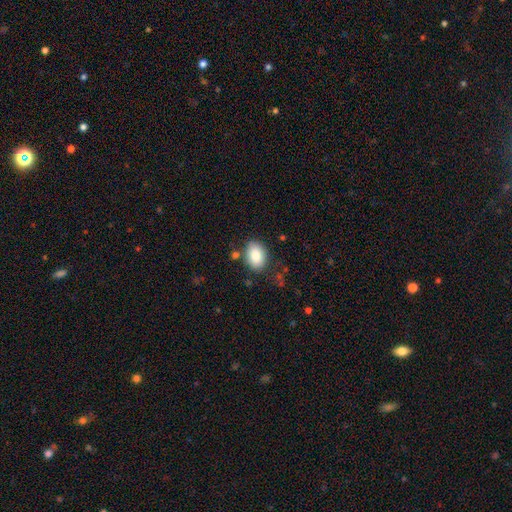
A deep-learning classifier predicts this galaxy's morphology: Smooth or featured: smooth — 85% (star or artifact — 7%)
How rounded: in between — 79% (round — 20%)
Merging: none — 79% (minor disturbance — 13%)